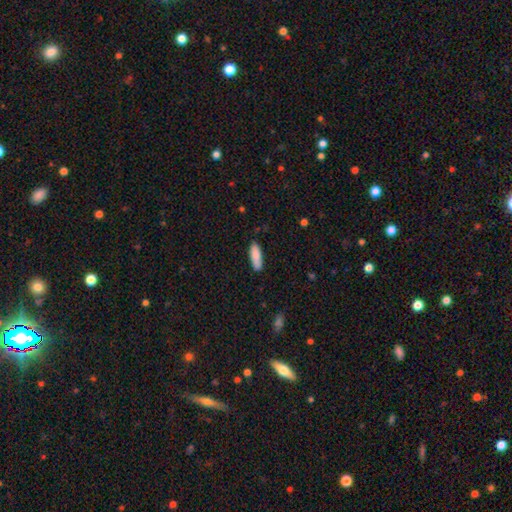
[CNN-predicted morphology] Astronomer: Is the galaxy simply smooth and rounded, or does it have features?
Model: smooth — 88%.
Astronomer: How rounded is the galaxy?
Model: in between — 53% (runner-up: cigar-shaped, 45%).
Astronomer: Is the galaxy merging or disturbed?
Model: none — 83%.